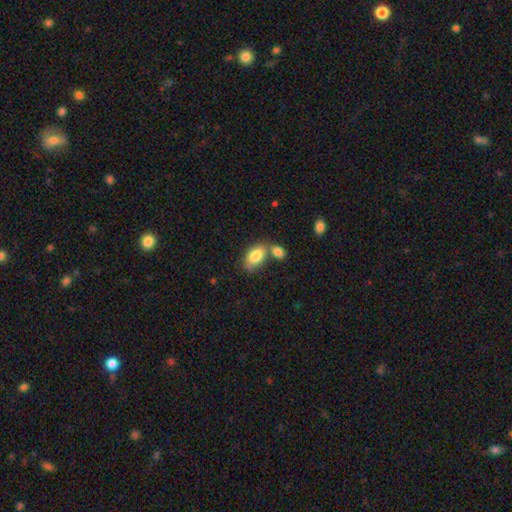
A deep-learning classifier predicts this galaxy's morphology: Smooth or featured? Predicted: smooth (p=0.83). How rounded? Predicted: in between (p=0.92). Merging? Predicted: none (p=0.41).